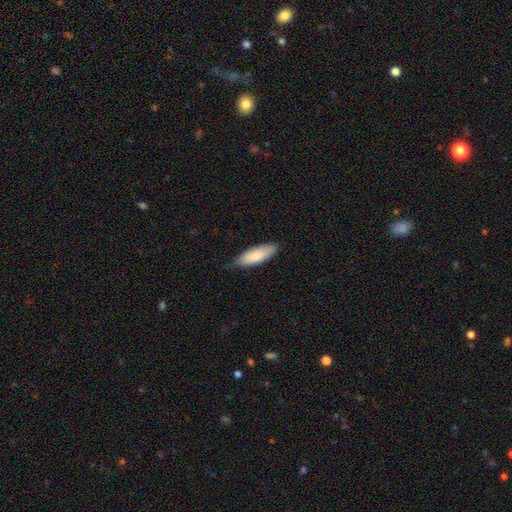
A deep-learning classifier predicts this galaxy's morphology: Q: Smooth or featured?
A: smooth (81%); runner-up: featured or disk (13%)
Q: How rounded?
A: in between (67%); runner-up: cigar-shaped (31%)
Q: Merging?
A: none (74%); runner-up: minor disturbance (22%)